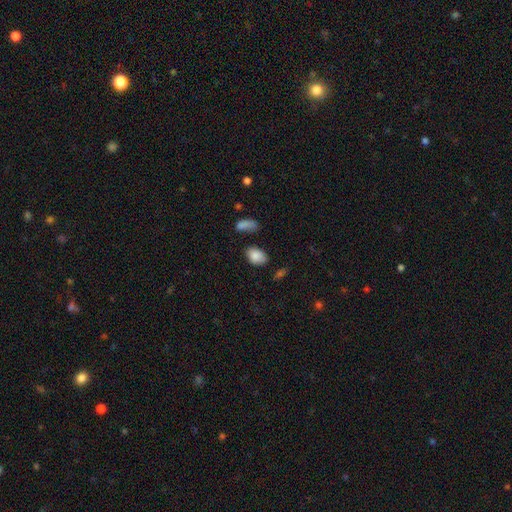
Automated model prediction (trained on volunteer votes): Smooth or featured? smooth (85%)
How rounded? in between (85%)
Merging? none (68%)